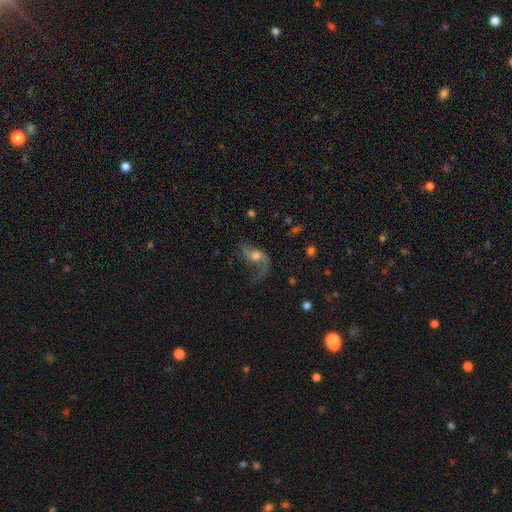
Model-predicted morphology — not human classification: Q: Smooth or featured?
A: featured or disk (75%); runner-up: smooth (17%)
Q: Edge-on disk?
A: no (95%); runner-up: yes (5%)
Q: Bar?
A: no (62%); runner-up: weak (28%)
Q: Spiral arms?
A: yes (91%); runner-up: no (9%)
Q: Spiral winding?
A: loose (84%); runner-up: medium (13%)
Q: Spiral arm count?
A: 2 (75%); runner-up: 1 (19%)
Q: Bulge size?
A: moderate (59%); runner-up: small (19%)
Q: Merging?
A: none (47%); runner-up: major disturbance (31%)